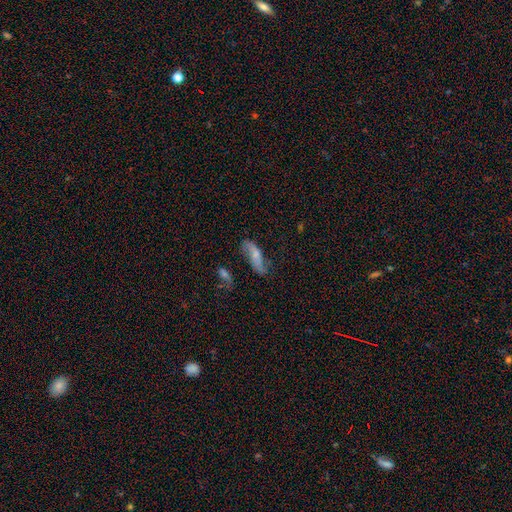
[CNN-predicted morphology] Overall: featured or disk (48%; smooth 43%). Merging: none (51%; minor disturbance 26%).